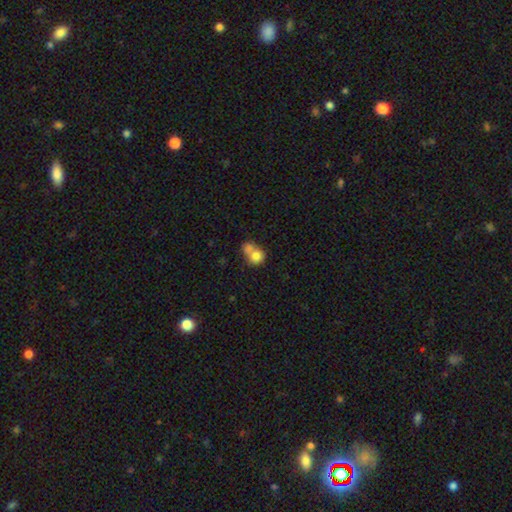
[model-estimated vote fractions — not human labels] This appears to be a smooth galaxy with no disk features (77%) that is round (73%). Merging: merger (62%).